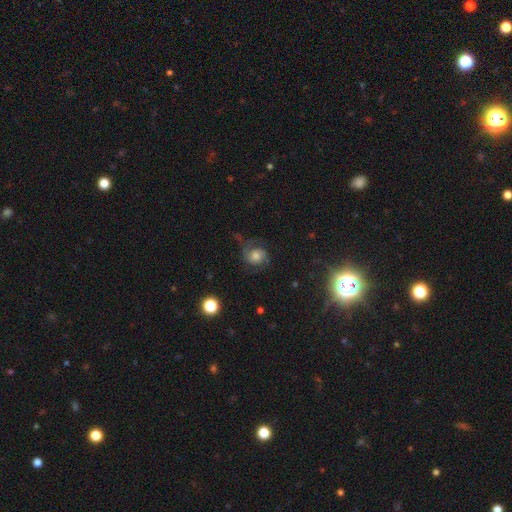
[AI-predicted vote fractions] featured or disk 56%, smooth 32%, star or artifact 12%. Down the decision tree: edge-on disk — no (97%); bar — no (75%); spiral arms — yes (89%); bulge size — moderate (45%); merging — none (49%).